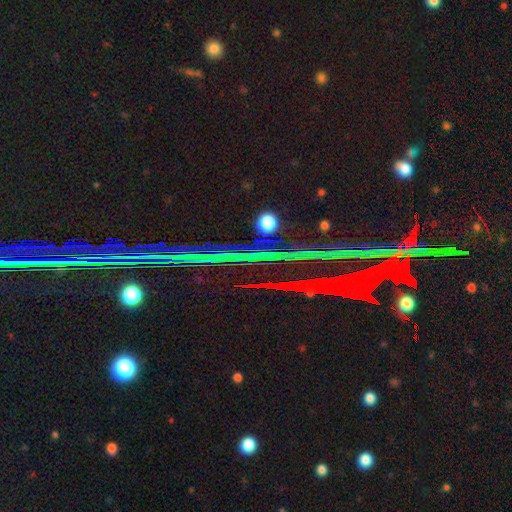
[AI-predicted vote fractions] A star or artifact, not a galaxy (84%).